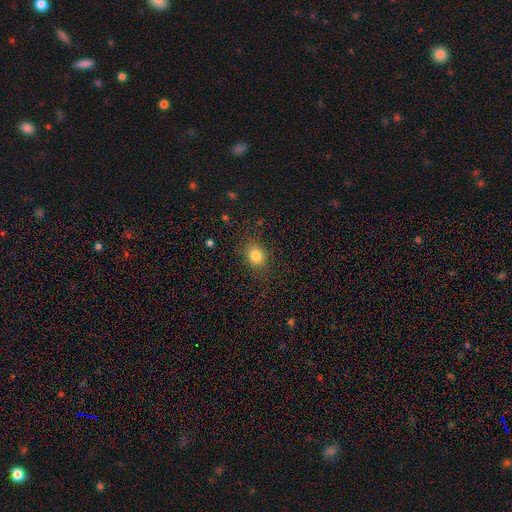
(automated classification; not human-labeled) Smooth or featured? smooth (81%)
How rounded? round (55%)
Merging? none (83%)